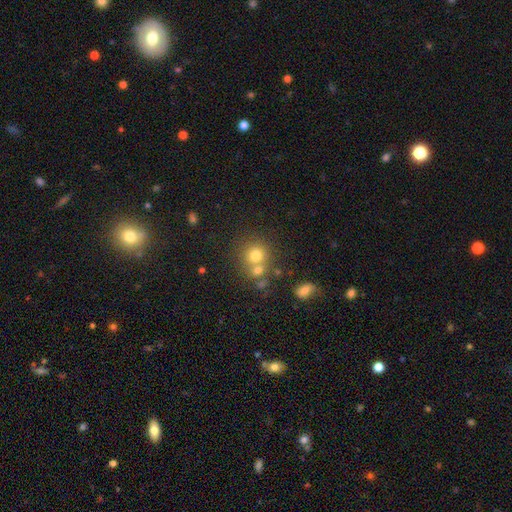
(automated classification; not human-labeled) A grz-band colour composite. It shows a smooth galaxy with no disk features (72%) that is round (85%). Merging: none (52%).